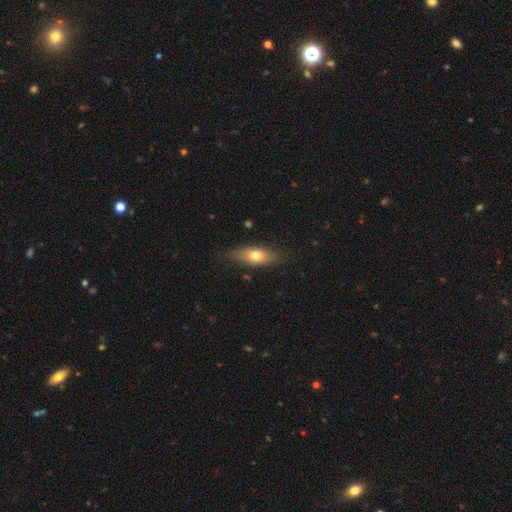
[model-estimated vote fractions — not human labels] Q: Smooth or featured?
A: smooth (68%); runner-up: featured or disk (26%)
Q: How rounded?
A: in between (69%); runner-up: cigar-shaped (27%)
Q: Merging?
A: none (82%); runner-up: minor disturbance (14%)